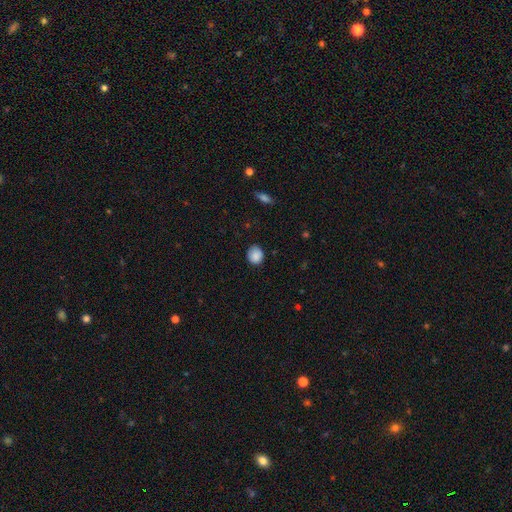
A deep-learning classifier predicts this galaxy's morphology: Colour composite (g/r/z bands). It shows a smooth galaxy with no disk features (87%) that is round (77%). Merging: none (80%).